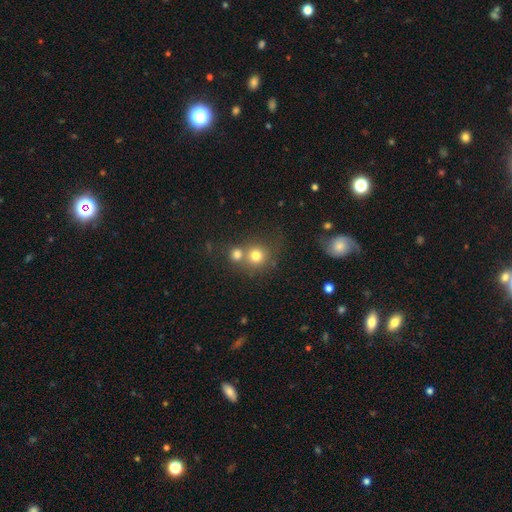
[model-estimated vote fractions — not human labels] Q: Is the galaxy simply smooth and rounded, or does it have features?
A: smooth — 75%.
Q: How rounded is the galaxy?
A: round — 88%.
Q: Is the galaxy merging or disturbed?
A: none — 49%.